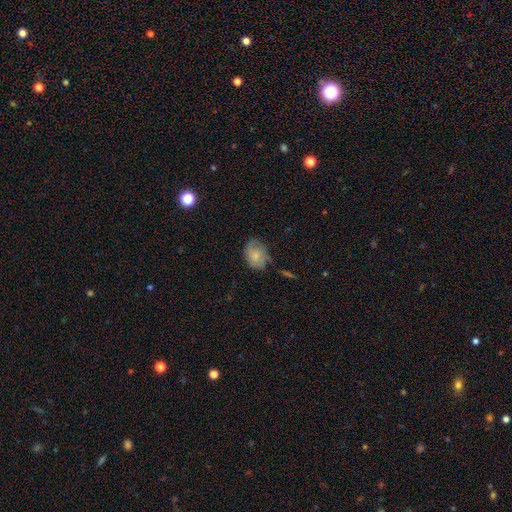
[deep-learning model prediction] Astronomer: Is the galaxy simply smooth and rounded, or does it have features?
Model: smooth — 57% (runner-up: featured or disk, 34%).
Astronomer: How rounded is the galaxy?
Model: in between — 62%.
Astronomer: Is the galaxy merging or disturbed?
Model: none — 64%.